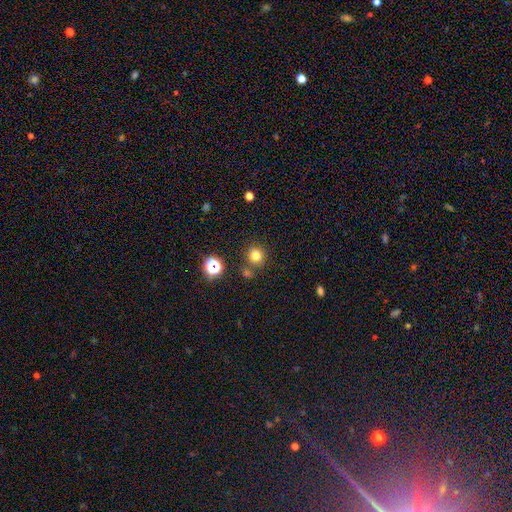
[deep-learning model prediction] This is likely a smooth galaxy (76%). How rounded: clearly round (92%). Merging: likely none (76%).